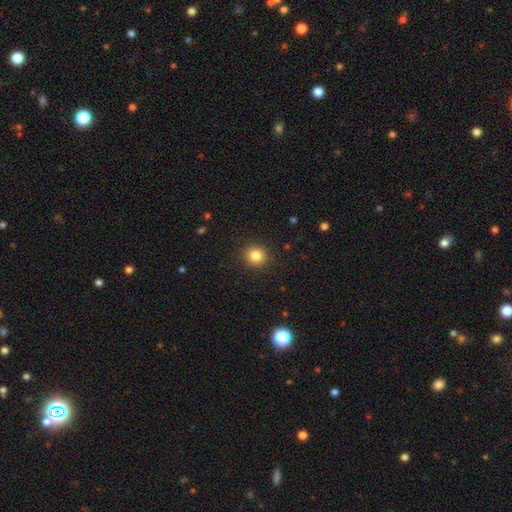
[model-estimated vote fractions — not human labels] Smooth or featured?
  - smooth: 84% *
  - star or artifact: 11%
  - featured or disk: 6%
How rounded?
  - round: 88% *
  - in between: 11%
  - cigar-shaped: 1%
Merging?
  - none: 91% *
  - minor disturbance: 6%
  - major disturbance: 2%
  - merger: 1%